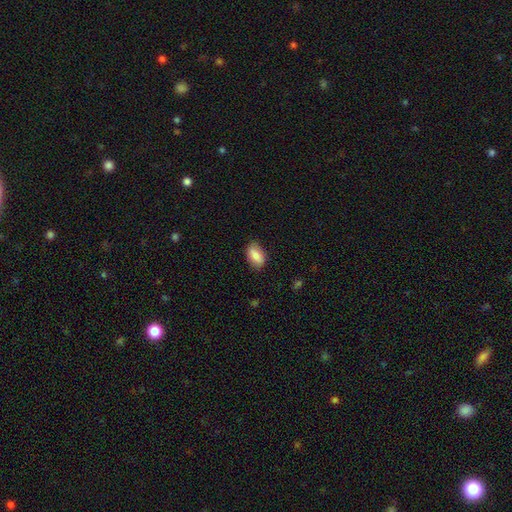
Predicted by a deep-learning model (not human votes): Morphology: type=smooth (81%); roundness=in between (91%); merging=none (82%).